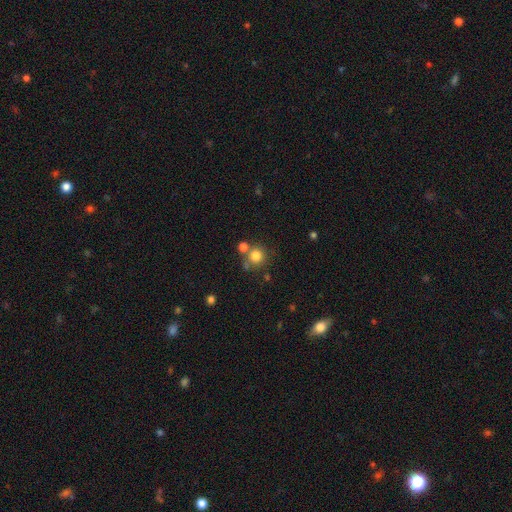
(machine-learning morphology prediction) This is likely a smooth galaxy (79%). How rounded: clearly round (91%). Merging: likely none (66%).